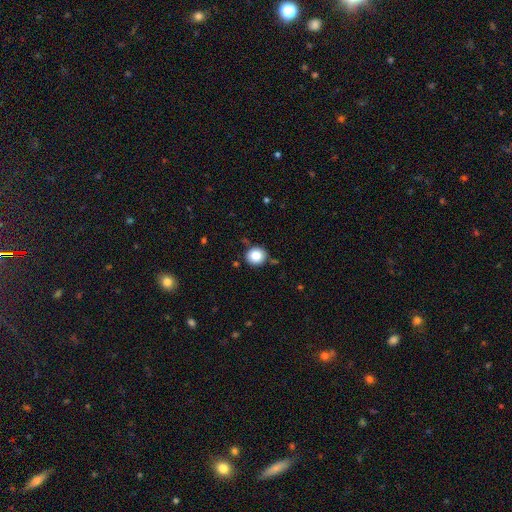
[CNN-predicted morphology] A smooth galaxy with no disk features (85%) that is round (87%).

Vote fractions:
- Smooth or featured? smooth: 85% / star or artifact: 10% / featured or disk: 6%
- How rounded? round: 87% / in between: 12% / cigar-shaped: 1%
- Merging? none: 85% / minor disturbance: 9% / merger: 3% / major disturbance: 2%